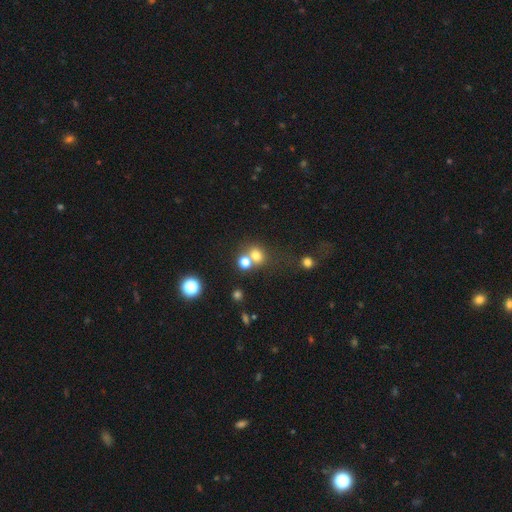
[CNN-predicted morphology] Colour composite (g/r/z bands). It shows a smooth galaxy with no disk features (72%) that is round (76%). Merging: none (50%).